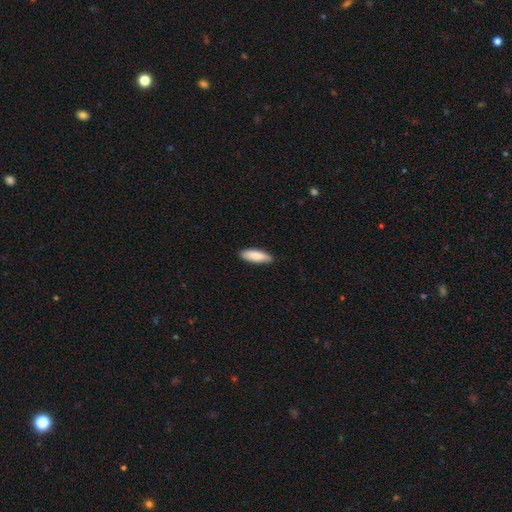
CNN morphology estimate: A smooth galaxy with no disk features (86%) that is in between round and cigar-shaped (56%).

Vote fractions:
- Smooth or featured? smooth: 86% / featured or disk: 8% / star or artifact: 5%
- How rounded? in between: 56% / cigar-shaped: 42% / round: 2%
- Merging? none: 85% / minor disturbance: 12% / major disturbance: 2% / merger: 1%